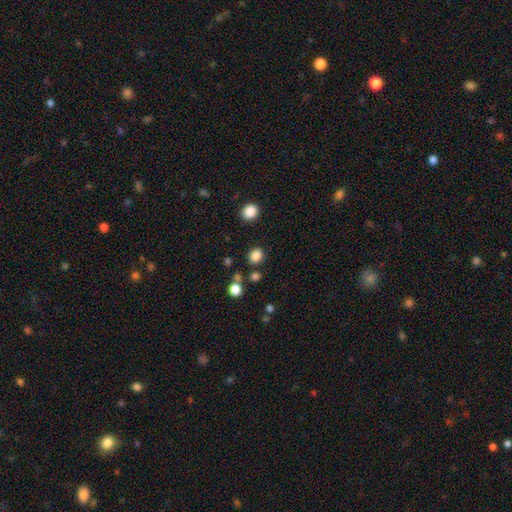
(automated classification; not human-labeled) The model was most divided on "how rounded": round: 74%, in between: 26%, cigar-shaped: 1%. More confident: merging — none (85%); smooth or featured — smooth (84%).